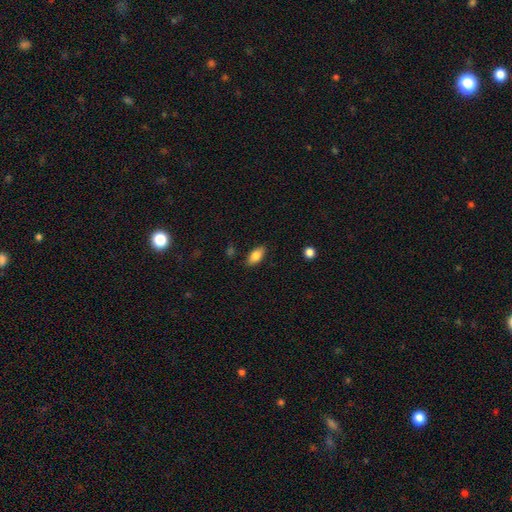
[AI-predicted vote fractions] This is clearly a smooth galaxy (83%). How rounded: clearly in between (89%). Merging: clearly none (84%).